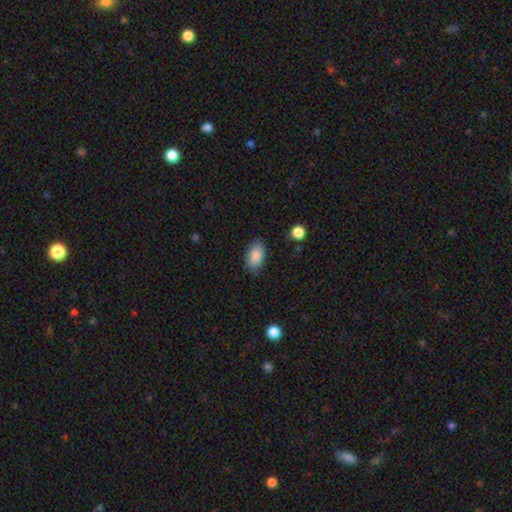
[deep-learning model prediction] The model was most divided on "merging": none: 83%, minor disturbance: 13%, major disturbance: 3%, merger: 1%. More confident: how rounded — in between (93%); smooth or featured — smooth (87%).